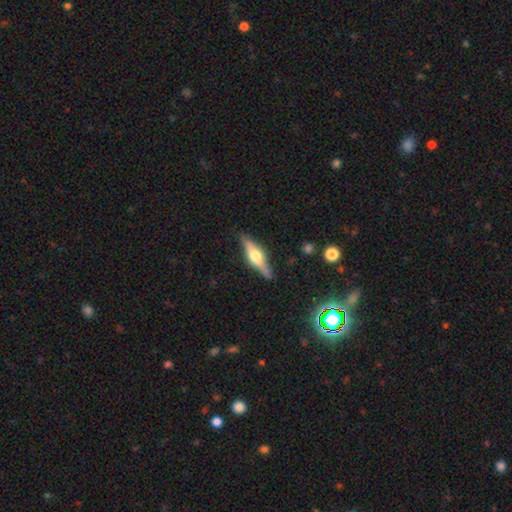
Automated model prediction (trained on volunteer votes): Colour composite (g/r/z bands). It shows a featured or disk galaxy (65%) viewed edge-on (95%) with a rounded central bulge (91%). Merging: none (84%).